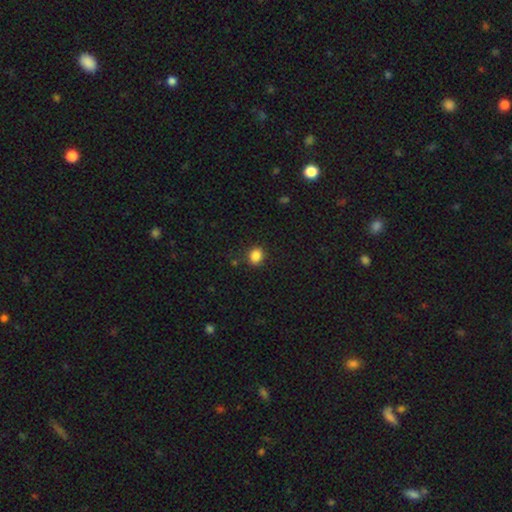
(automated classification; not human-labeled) The model was most divided on "how rounded": round: 63%, in between: 36%, cigar-shaped: 1%. More confident: merging — none (86%); smooth or featured — smooth (86%).